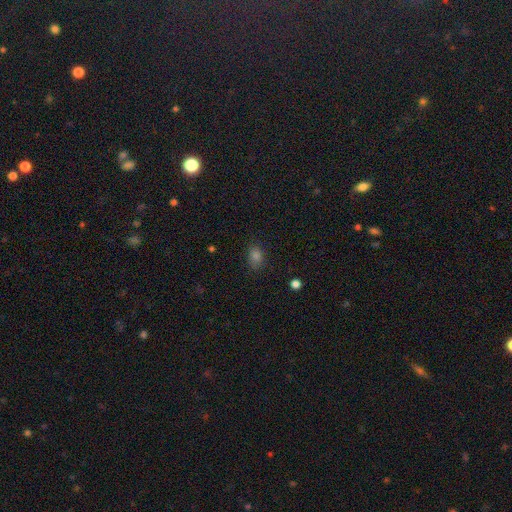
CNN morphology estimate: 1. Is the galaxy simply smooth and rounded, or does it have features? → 77% smooth, 17% star or artifact, 5% featured or disk.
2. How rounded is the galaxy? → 70% in between, 29% round, 2% cigar-shaped.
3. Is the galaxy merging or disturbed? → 81% none, 14% minor disturbance, 3% major disturbance, 1% merger.